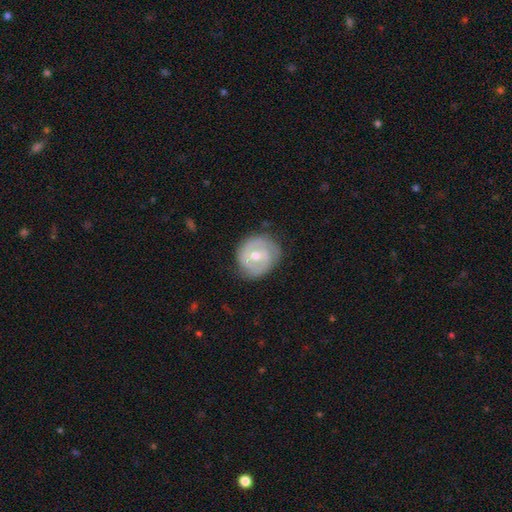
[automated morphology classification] Overall: featured or disk (73%). Edge-on disk: no (97%). Bar: no (46%; weak 44%). Spiral arms: yes (85%). Spiral arm count: 2 (60%; can't tell 20%). Spiral winding: tight (58%; medium 32%). Bulge size: moderate (66%; small 30%). Merging: none (76%).